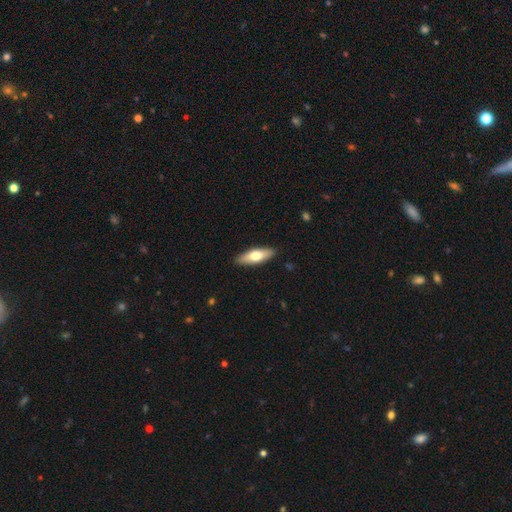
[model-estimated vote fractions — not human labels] Smooth or featured?
  - smooth: 65% *
  - featured or disk: 30%
  - star or artifact: 5%
How rounded?
  - in between: 56% *
  - cigar-shaped: 42%
  - round: 2%
Merging?
  - none: 89% *
  - minor disturbance: 8%
  - major disturbance: 2%
  - merger: 1%